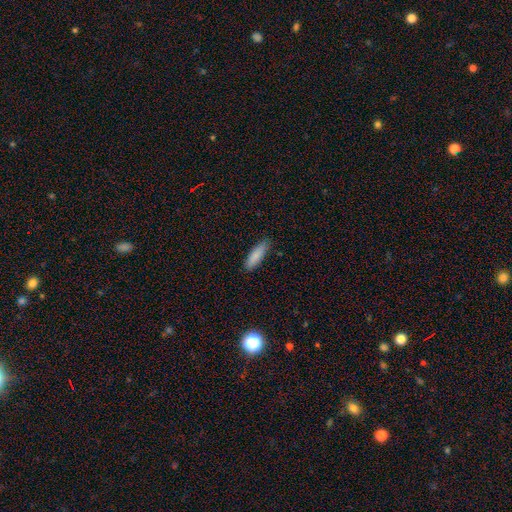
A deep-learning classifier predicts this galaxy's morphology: Overall: smooth (87%). How rounded: cigar-shaped (57%; in between 42%). Merging: none (85%).